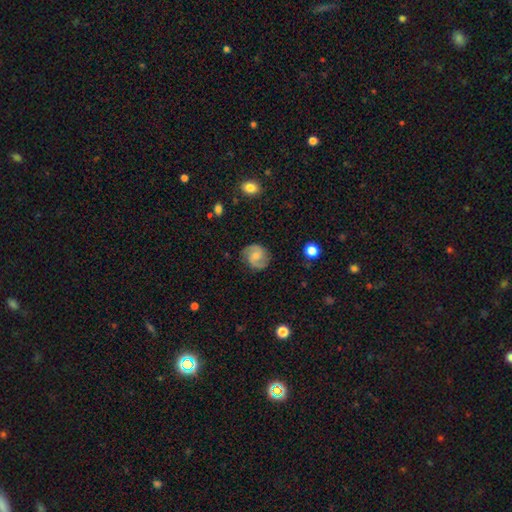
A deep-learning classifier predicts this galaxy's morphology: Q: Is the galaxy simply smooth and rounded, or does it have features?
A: featured or disk — 75%.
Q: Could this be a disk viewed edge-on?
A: no — 98%.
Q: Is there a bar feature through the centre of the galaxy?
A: no — 46%.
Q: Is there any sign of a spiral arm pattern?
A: yes — 96%.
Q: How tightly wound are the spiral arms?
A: medium — 54%.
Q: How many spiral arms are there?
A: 2 — 92%.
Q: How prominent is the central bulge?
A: small — 45%.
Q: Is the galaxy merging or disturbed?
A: none — 82%.